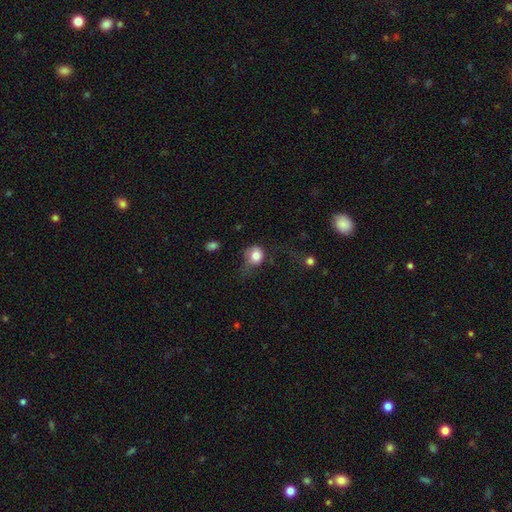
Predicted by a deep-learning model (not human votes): Smooth or featured?
  - smooth: 80% *
  - featured or disk: 11%
  - star or artifact: 9%
How rounded?
  - round: 69% *
  - in between: 30%
  - cigar-shaped: 1%
Merging?
  - none: 34% *
  - minor disturbance: 32%
  - major disturbance: 31%
  - merger: 3%